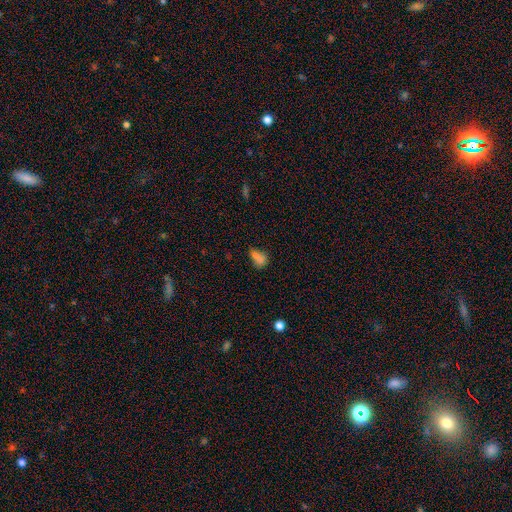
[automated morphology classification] This appears to be a smooth galaxy with no disk features (66%) that is in between round and cigar-shaped (62%). Merging: none (40%).